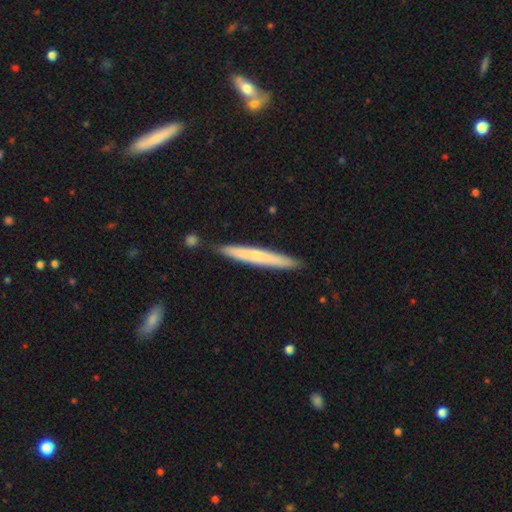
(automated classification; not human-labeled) This appears to be a smooth galaxy with no disk features (58%) that is cigar-shaped (96%). Merging: none (86%).